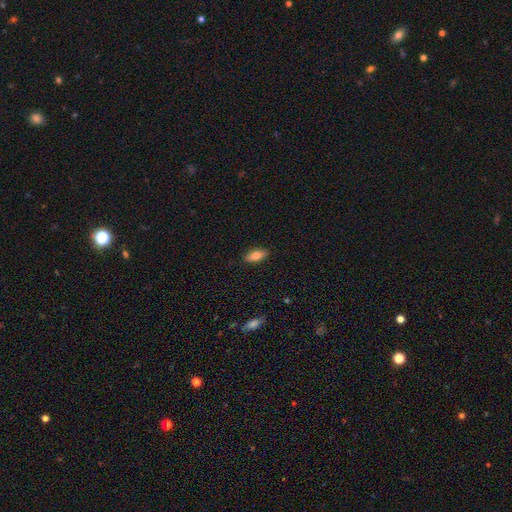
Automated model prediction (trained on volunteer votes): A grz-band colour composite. It shows a smooth galaxy with no disk features (80%) that is in between round and cigar-shaped (82%). Merging: none (88%).